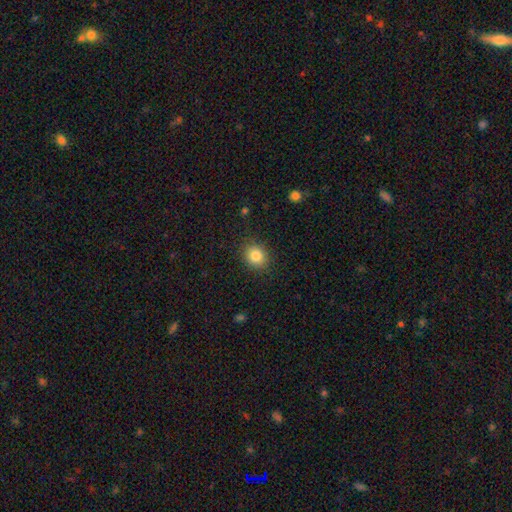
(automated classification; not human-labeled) A smooth galaxy with no disk features (85%) that is round (67%). Merging: none (87%).